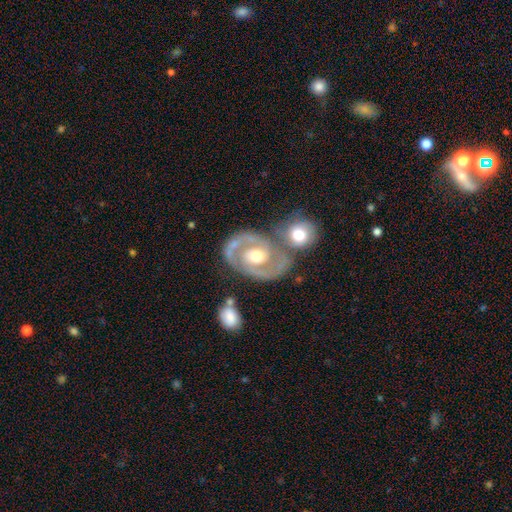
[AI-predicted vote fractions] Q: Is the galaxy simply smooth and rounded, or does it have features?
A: featured or disk — 87%.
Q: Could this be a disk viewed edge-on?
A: no — 97%.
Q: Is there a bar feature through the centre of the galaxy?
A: no — 61%.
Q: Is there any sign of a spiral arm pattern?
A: yes — 90%.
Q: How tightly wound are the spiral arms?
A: tight — 51%.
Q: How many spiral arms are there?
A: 2 — 85%.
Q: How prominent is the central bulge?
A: moderate — 76%.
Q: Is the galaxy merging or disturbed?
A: none — 51%.